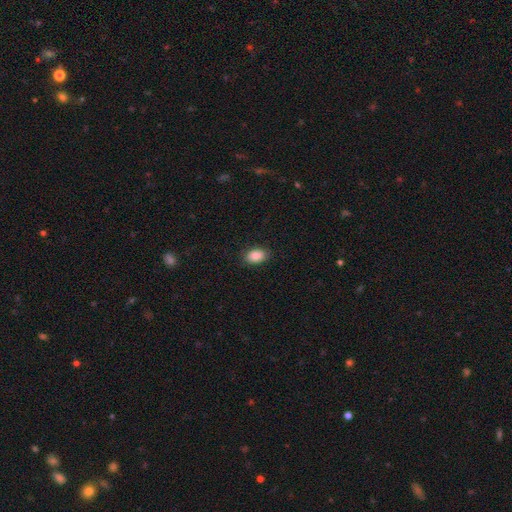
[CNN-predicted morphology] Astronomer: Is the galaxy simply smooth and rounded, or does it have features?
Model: smooth — 88%.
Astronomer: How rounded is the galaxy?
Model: in between — 85%.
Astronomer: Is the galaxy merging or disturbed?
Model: none — 86%.